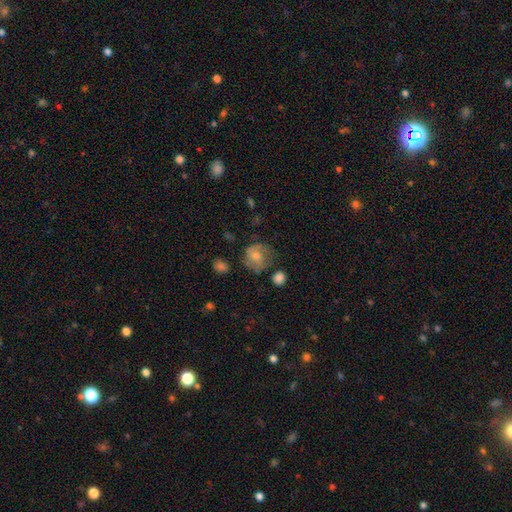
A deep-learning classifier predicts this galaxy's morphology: Q: Smooth or featured?
A: smooth (53%); runner-up: featured or disk (38%)
Q: How rounded?
A: round (72%); runner-up: in between (27%)
Q: Merging?
A: none (54%); runner-up: minor disturbance (26%)